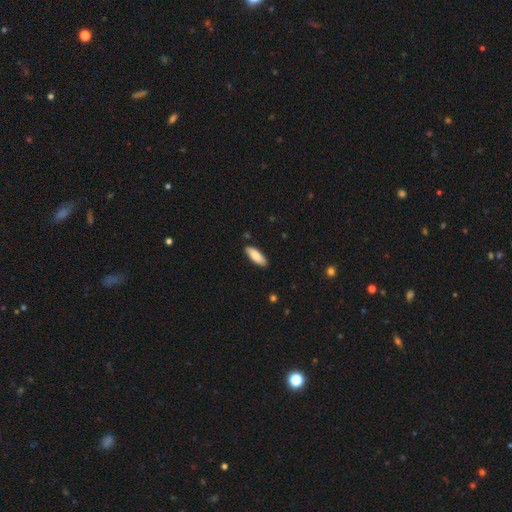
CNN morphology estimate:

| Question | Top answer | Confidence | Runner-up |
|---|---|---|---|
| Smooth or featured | smooth | 85% | featured or disk (10%) |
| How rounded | in between | 66% | cigar-shaped (32%) |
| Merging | none | 85% | minor disturbance (12%) |